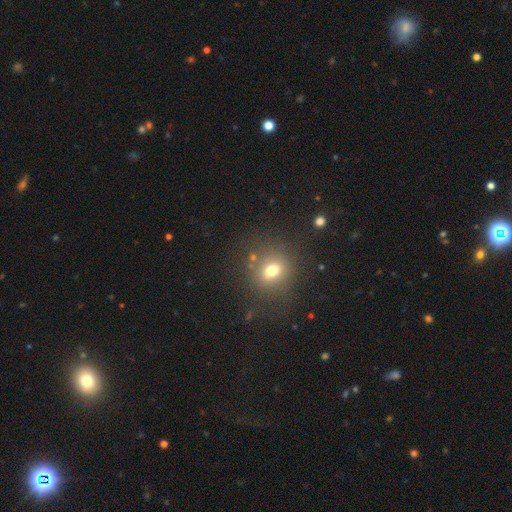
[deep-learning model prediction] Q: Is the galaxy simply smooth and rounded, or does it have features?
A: smooth — 61%.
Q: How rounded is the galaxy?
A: round — 84%.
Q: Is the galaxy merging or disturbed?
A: none — 80%.